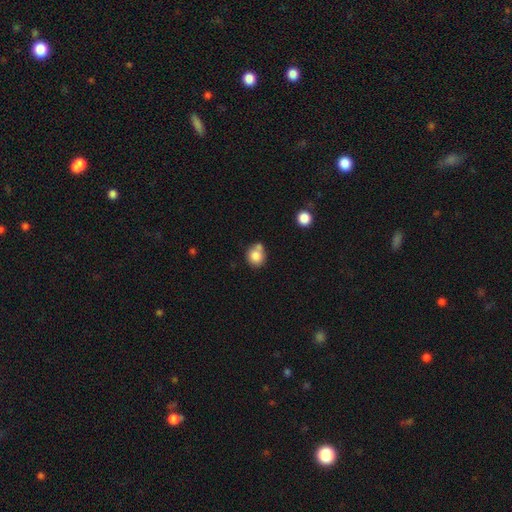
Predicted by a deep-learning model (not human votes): smooth 81%, star or artifact 10%, featured or disk 9%. Down the decision tree: how rounded — round (82%); merging — none (53%).